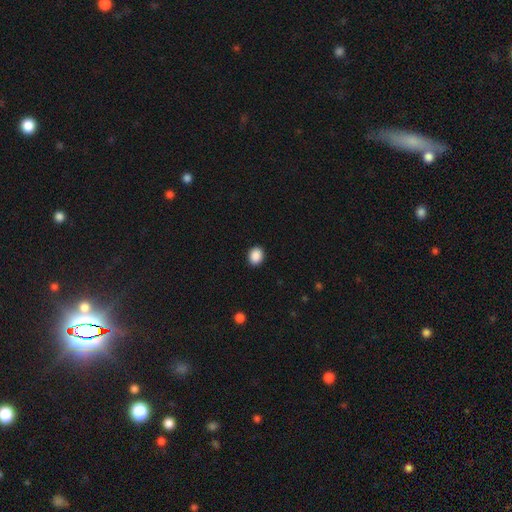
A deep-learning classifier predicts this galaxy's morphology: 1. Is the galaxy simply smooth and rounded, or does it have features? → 90% smooth, 8% star or artifact, 2% featured or disk.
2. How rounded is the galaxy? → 53% in between, 46% round, 1% cigar-shaped.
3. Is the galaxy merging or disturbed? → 91% none, 6% minor disturbance, 2% major disturbance, 1% merger.